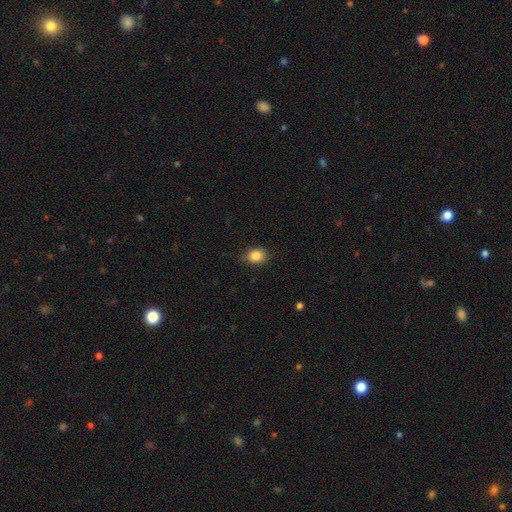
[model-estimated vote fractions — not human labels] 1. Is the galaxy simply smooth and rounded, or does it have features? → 86% smooth, 9% star or artifact, 5% featured or disk.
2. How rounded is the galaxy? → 50% round, 49% in between, 1% cigar-shaped.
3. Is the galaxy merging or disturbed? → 82% none, 15% minor disturbance, 3% major disturbance, 1% merger.